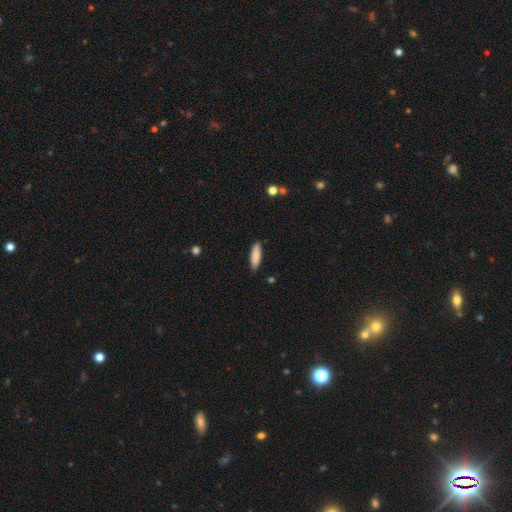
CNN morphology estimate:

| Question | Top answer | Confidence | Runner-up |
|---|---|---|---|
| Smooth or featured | smooth | 85% | featured or disk (9%) |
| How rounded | cigar-shaped | 60% | in between (38%) |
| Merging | none | 87% | minor disturbance (10%) |